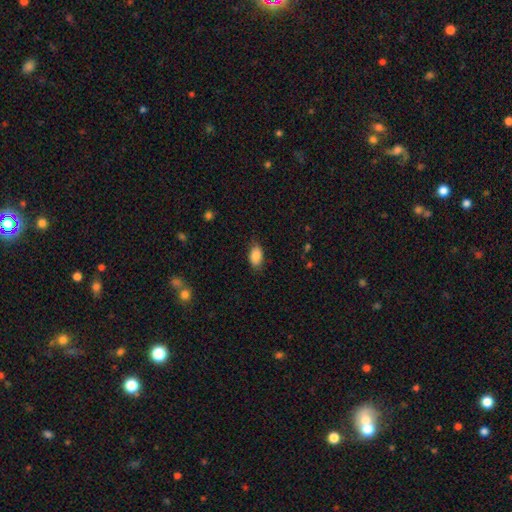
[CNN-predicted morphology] A smooth galaxy with no disk features (86%) that is in between round and cigar-shaped (92%).

Vote fractions:
- Smooth or featured? smooth: 86% / star or artifact: 7% / featured or disk: 7%
- How rounded? in between: 92% / round: 6% / cigar-shaped: 2%
- Merging? none: 78% / minor disturbance: 17% / major disturbance: 4% / merger: 1%